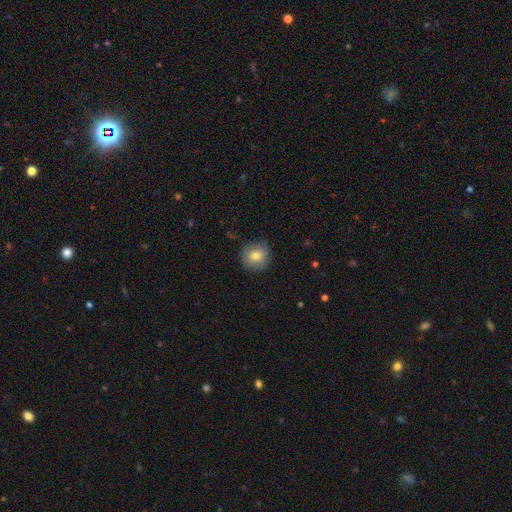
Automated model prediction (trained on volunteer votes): Smooth or featured?
  - smooth: 77% *
  - featured or disk: 15%
  - star or artifact: 8%
How rounded?
  - round: 89% *
  - in between: 10%
  - cigar-shaped: 1%
Merging?
  - none: 81% *
  - minor disturbance: 15%
  - major disturbance: 3%
  - merger: 1%